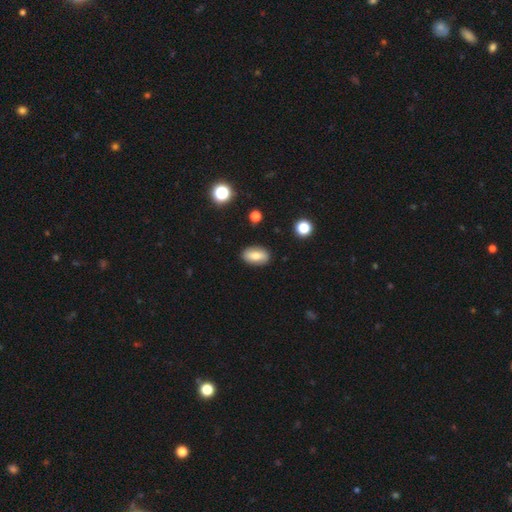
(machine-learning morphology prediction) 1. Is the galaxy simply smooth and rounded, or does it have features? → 73% smooth, 19% featured or disk, 8% star or artifact.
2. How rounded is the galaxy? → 89% in between, 7% round, 4% cigar-shaped.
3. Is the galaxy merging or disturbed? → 86% none, 10% minor disturbance, 2% major disturbance, 1% merger.